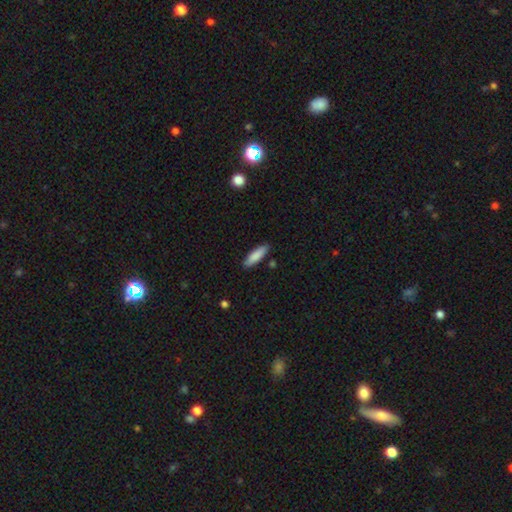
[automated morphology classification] smooth 85%, featured or disk 9%, star or artifact 6%. Down the decision tree: how rounded — cigar-shaped (59%); merging — none (86%).